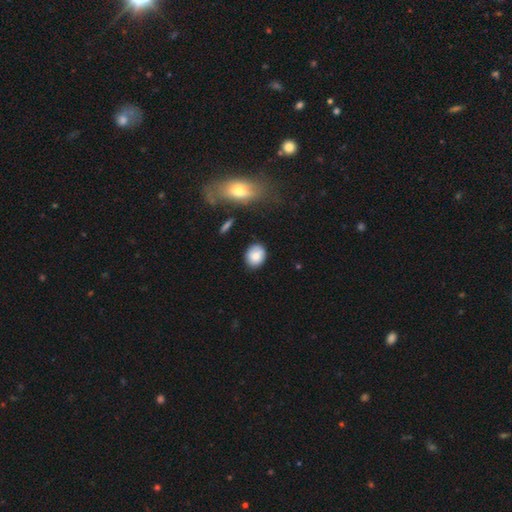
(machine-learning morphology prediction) This is clearly a smooth galaxy (81%). How rounded: possibly in between (50%). Merging: likely none (76%).